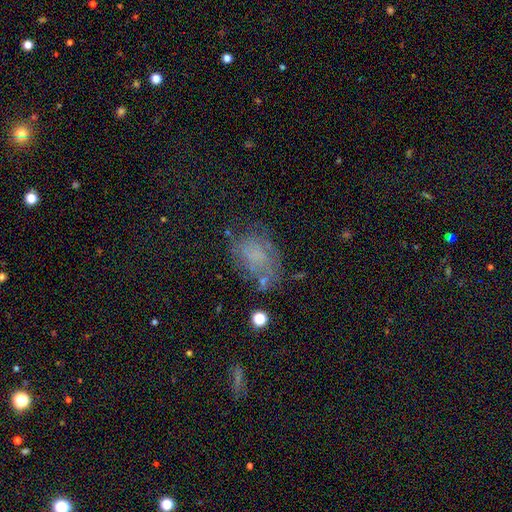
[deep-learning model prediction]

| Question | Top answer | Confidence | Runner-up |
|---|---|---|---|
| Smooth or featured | smooth | 47% | featured or disk (30%) |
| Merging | none | 51% | minor disturbance (25%) |